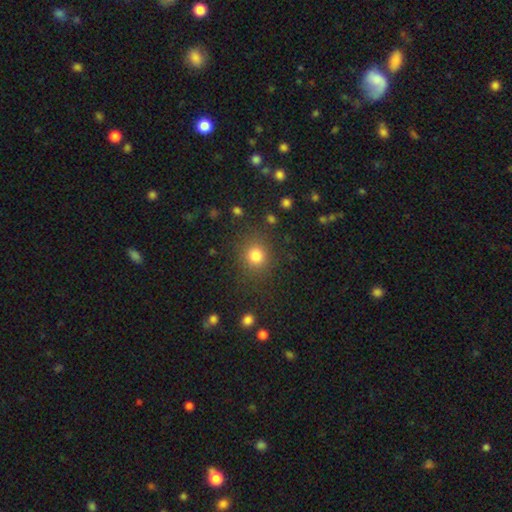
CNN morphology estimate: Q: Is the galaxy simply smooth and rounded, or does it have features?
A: smooth — 81%.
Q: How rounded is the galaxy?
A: round — 86%.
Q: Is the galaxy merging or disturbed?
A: none — 85%.